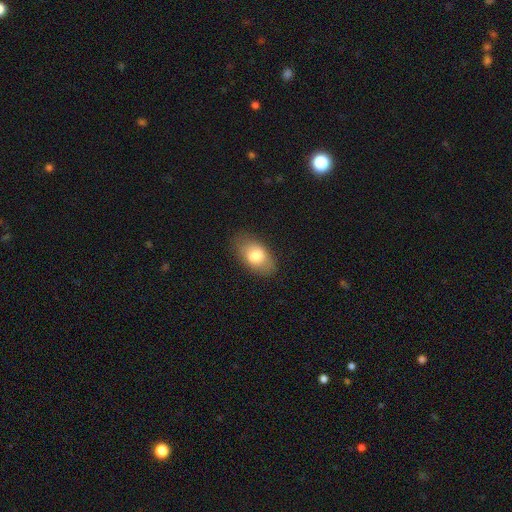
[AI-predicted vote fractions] Q: Smooth or featured?
A: smooth (77%); runner-up: featured or disk (16%)
Q: How rounded?
A: in between (90%); runner-up: round (9%)
Q: Merging?
A: none (80%); runner-up: minor disturbance (15%)